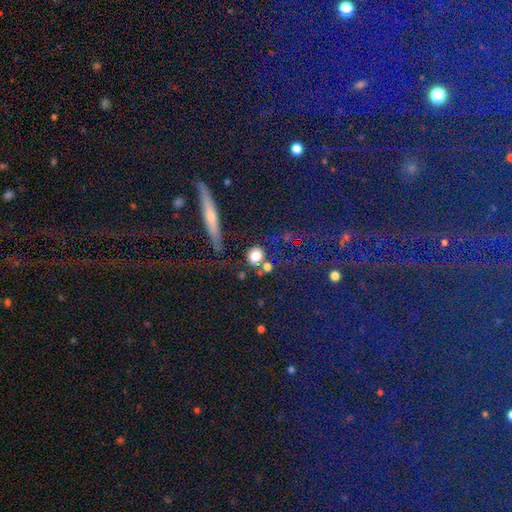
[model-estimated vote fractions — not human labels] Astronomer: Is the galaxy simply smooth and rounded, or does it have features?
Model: smooth — 77%.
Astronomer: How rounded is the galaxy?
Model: round — 78%.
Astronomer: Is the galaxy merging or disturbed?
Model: none — 71%.